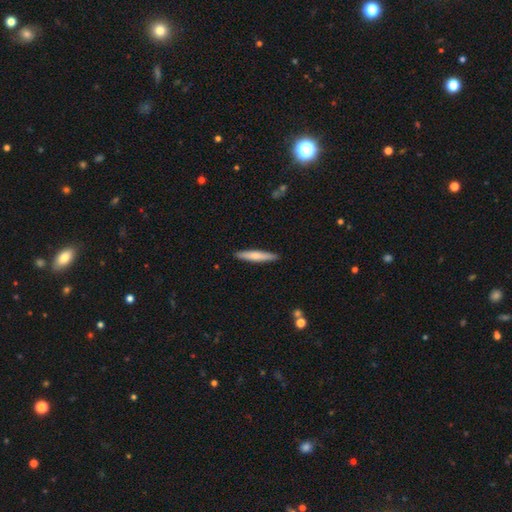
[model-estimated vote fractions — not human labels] Smooth or featured? Predicted: smooth (p=0.66). How rounded? Predicted: cigar-shaped (p=0.93). Merging? Predicted: none (p=0.91).